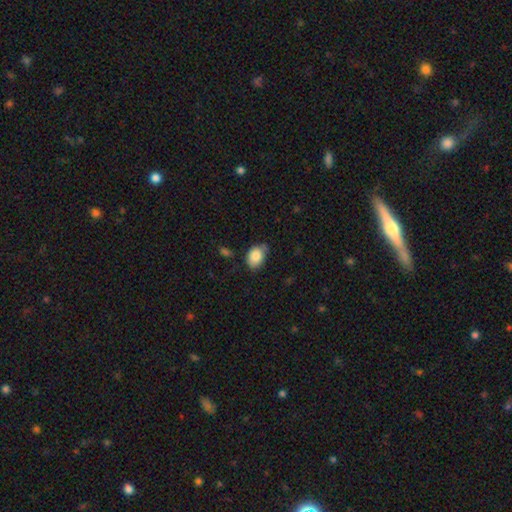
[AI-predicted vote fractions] smooth-or-featured: smooth: 84% | featured or disk: 8% | star or artifact: 7%
  how-rounded: in between: 76% | round: 23% | cigar-shaped: 1%
  merging: none: 60% | minor disturbance: 30% | major disturbance: 6% | merger: 5%